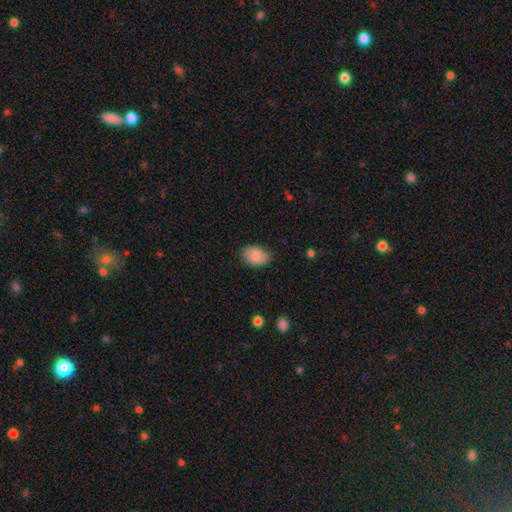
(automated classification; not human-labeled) Q: Smooth or featured?
A: smooth (83%); runner-up: featured or disk (10%)
Q: How rounded?
A: in between (83%); runner-up: round (15%)
Q: Merging?
A: none (74%); runner-up: minor disturbance (21%)